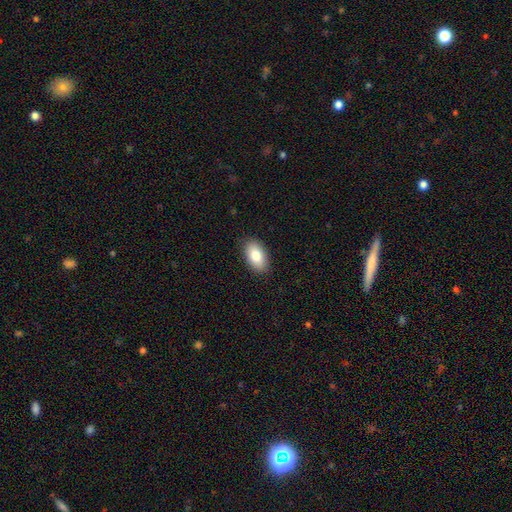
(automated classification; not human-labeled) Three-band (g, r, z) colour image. It shows a smooth galaxy with no disk features (83%) that is in between round and cigar-shaped (94%). Merging: none (88%).